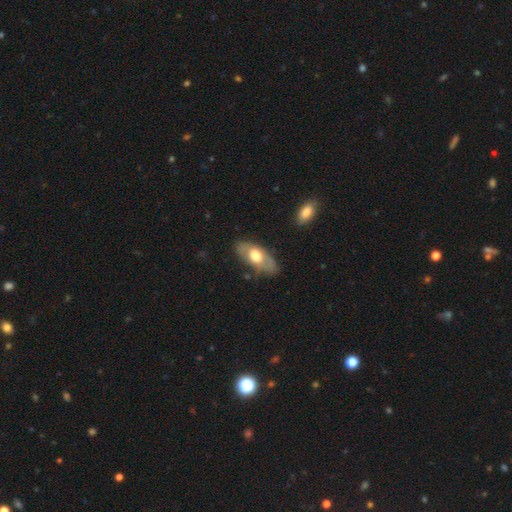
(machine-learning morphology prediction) This appears to be a smooth galaxy with no disk features (55%) that is in between round and cigar-shaped (87%). Merging: none (74%).